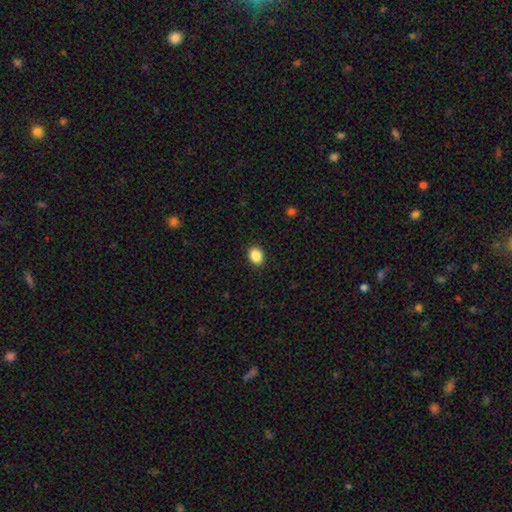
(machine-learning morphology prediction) The model was most divided on "how rounded": in between: 57%, round: 42%, cigar-shaped: 1%. More confident: merging — none (90%); smooth or featured — smooth (89%).